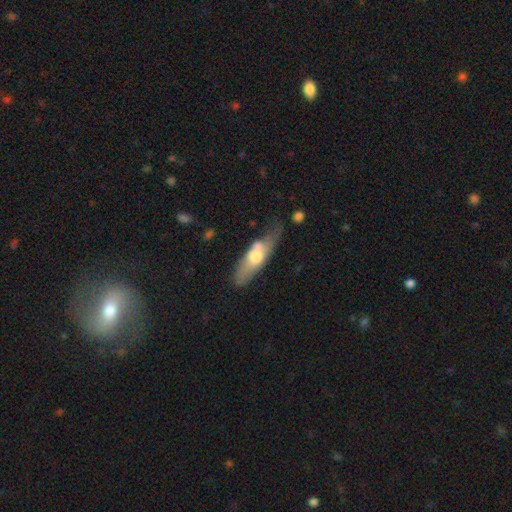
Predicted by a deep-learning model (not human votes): This is possibly a smooth galaxy (54%). How rounded: possibly in between (51%). Merging: possibly none (53%).